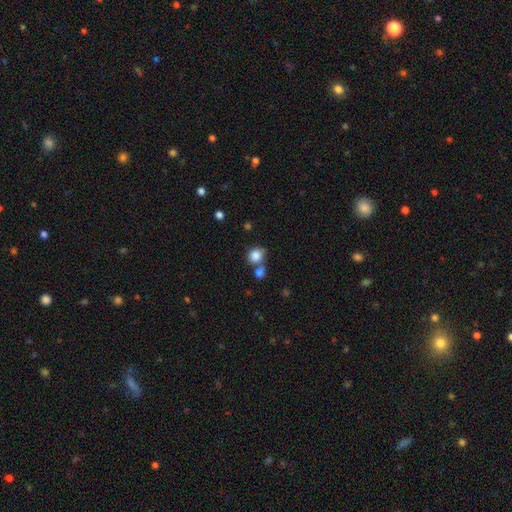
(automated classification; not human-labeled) Overall: smooth (84%). How rounded: round (75%). Merging: none (49%; merger 34%).